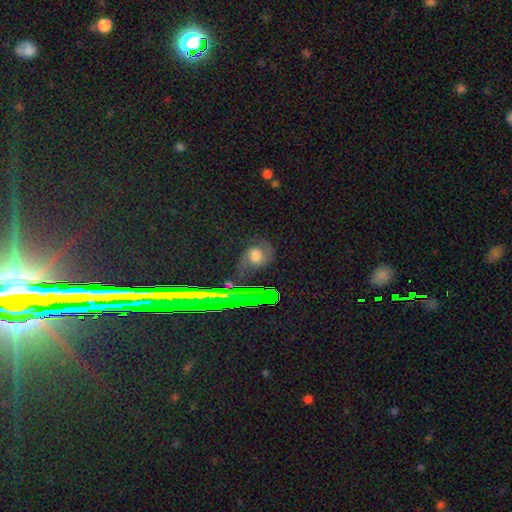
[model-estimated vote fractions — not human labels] Smooth or featured? featured or disk (48%)
Merging? none (61%)